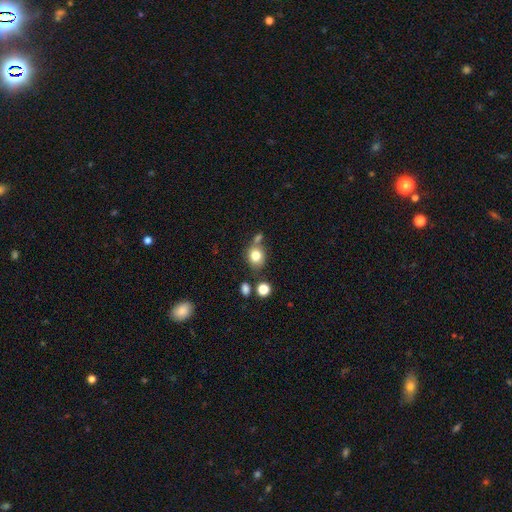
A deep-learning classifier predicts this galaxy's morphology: The model was most divided on "how rounded": round: 70%, in between: 30%, cigar-shaped: 1%. More confident: smooth or featured — smooth (80%); merging — none (65%).